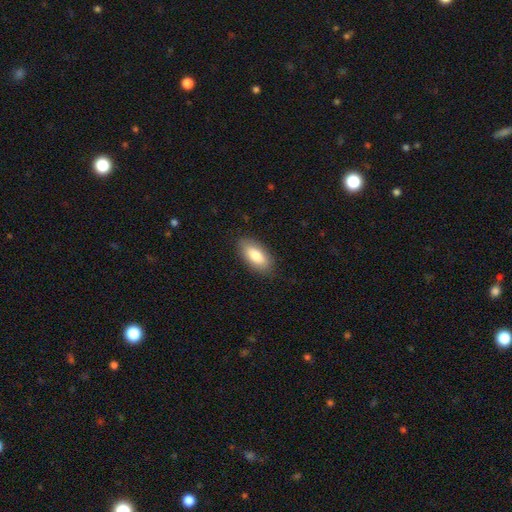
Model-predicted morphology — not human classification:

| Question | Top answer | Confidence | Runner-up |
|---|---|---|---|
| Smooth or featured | smooth | 82% | featured or disk (12%) |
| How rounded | in between | 88% | cigar-shaped (9%) |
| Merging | none | 86% | minor disturbance (11%) |